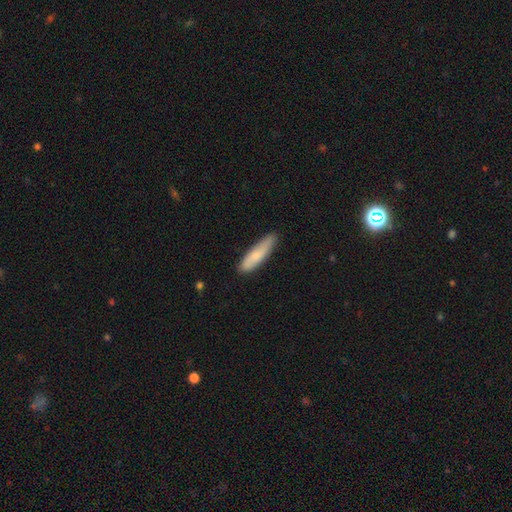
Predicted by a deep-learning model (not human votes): Smooth or featured: smooth — 78% (featured or disk — 17%)
How rounded: cigar-shaped — 73% (in between — 26%)
Merging: none — 81% (minor disturbance — 15%)